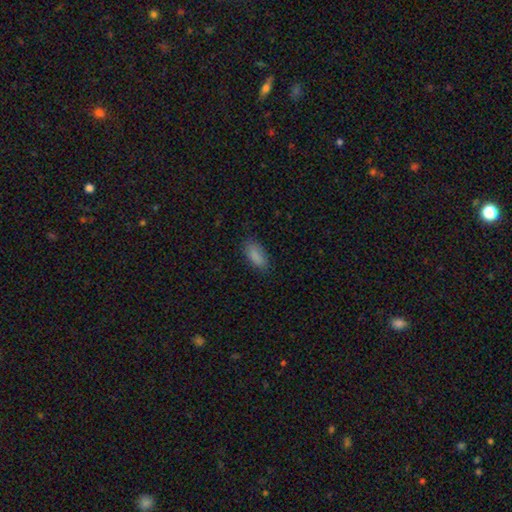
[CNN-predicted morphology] Smooth or featured?
  - smooth: 87% *
  - star or artifact: 8%
  - featured or disk: 5%
How rounded?
  - in between: 86% *
  - cigar-shaped: 12%
  - round: 2%
Merging?
  - none: 80% *
  - minor disturbance: 15%
  - major disturbance: 4%
  - merger: 1%